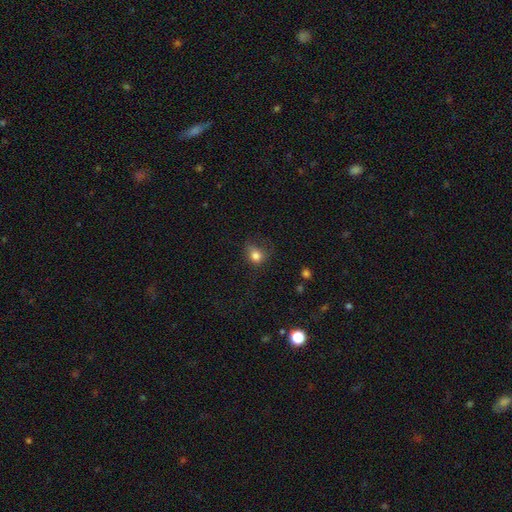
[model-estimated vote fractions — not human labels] smooth_or_featured: smooth (p=0.79) [alt: star or artifact p=0.12]
how_rounded: round (p=0.66) [alt: in between p=0.33]
merging: none (p=0.52) [alt: minor disturbance p=0.28]